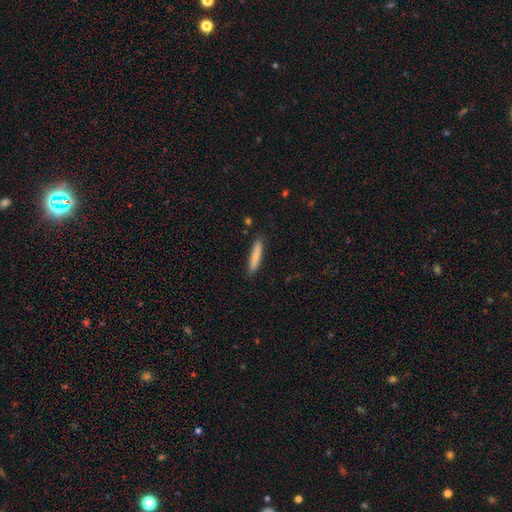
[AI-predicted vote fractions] smooth_or_featured: smooth (p=0.80) [alt: featured or disk p=0.14]
how_rounded: cigar-shaped (p=0.89) [alt: in between p=0.10]
merging: none (p=0.88) [alt: minor disturbance p=0.09]